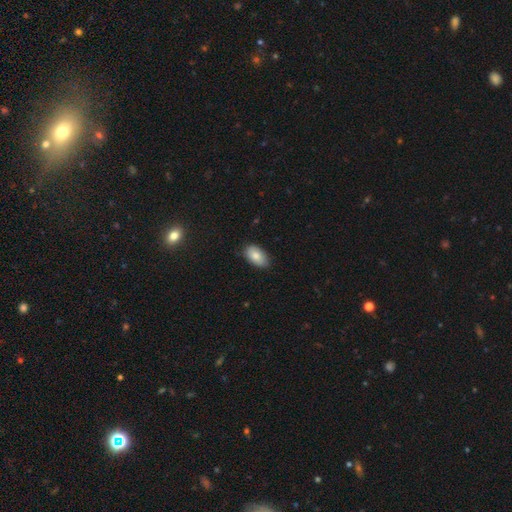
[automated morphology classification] A smooth galaxy with no disk features (83%) that is in between round and cigar-shaped (94%).

Vote fractions:
- Smooth or featured? smooth: 83% / featured or disk: 10% / star or artifact: 7%
- How rounded? in between: 94% / round: 5% / cigar-shaped: 2%
- Merging? none: 82% / minor disturbance: 15% / major disturbance: 2% / merger: 1%